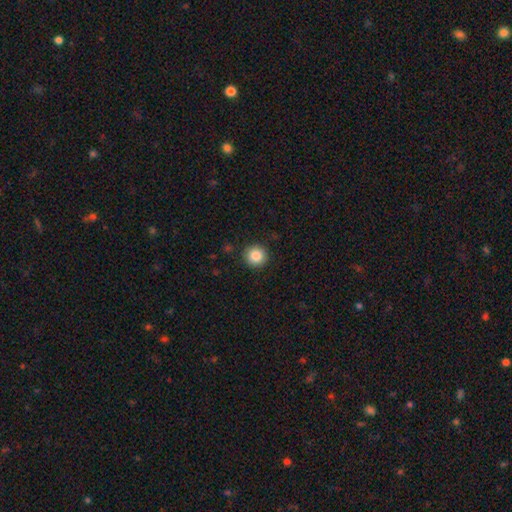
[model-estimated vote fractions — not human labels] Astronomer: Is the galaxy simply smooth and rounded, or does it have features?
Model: smooth — 86%.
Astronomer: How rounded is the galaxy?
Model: round — 94%.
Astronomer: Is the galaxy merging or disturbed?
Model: none — 91%.